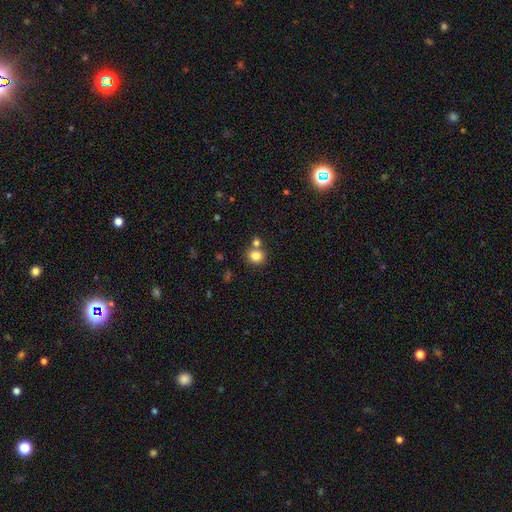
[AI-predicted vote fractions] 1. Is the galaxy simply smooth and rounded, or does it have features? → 82% smooth, 11% star or artifact, 7% featured or disk.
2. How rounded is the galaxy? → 80% round, 19% in between, 1% cigar-shaped.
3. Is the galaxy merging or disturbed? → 65% none, 23% merger, 9% minor disturbance, 3% major disturbance.